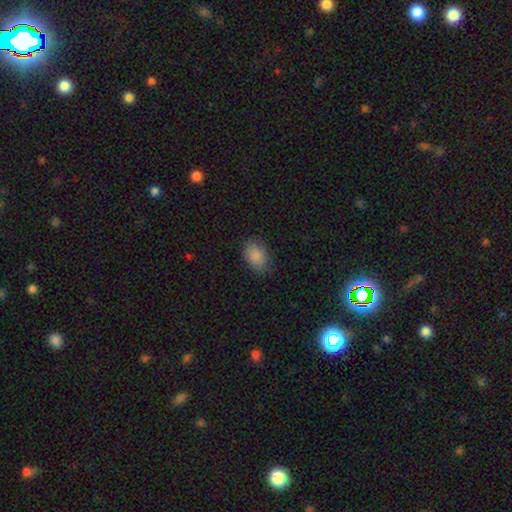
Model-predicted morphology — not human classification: Q: Smooth or featured?
A: smooth (87%); runner-up: star or artifact (8%)
Q: How rounded?
A: in between (79%); runner-up: round (20%)
Q: Merging?
A: none (77%); runner-up: minor disturbance (18%)